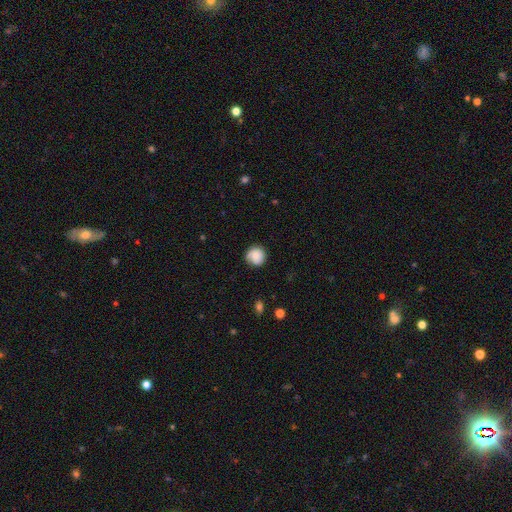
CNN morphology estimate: Overall: smooth (76%). How rounded: round (90%). Merging: none (75%).